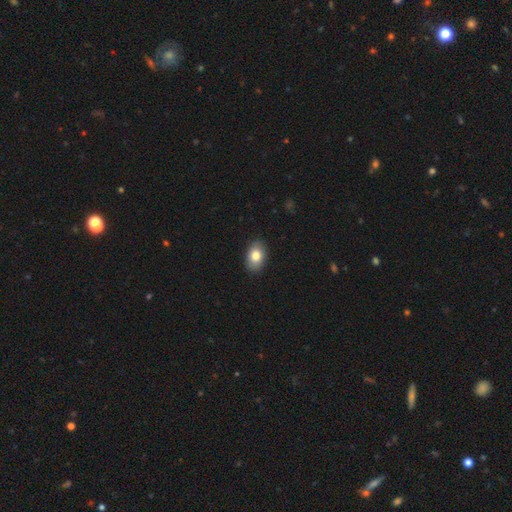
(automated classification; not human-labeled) smooth_or_featured: smooth (p=0.81) [alt: featured or disk p=0.12]
how_rounded: in between (p=0.86) [alt: round p=0.13]
merging: none (p=0.89) [alt: minor disturbance p=0.09]